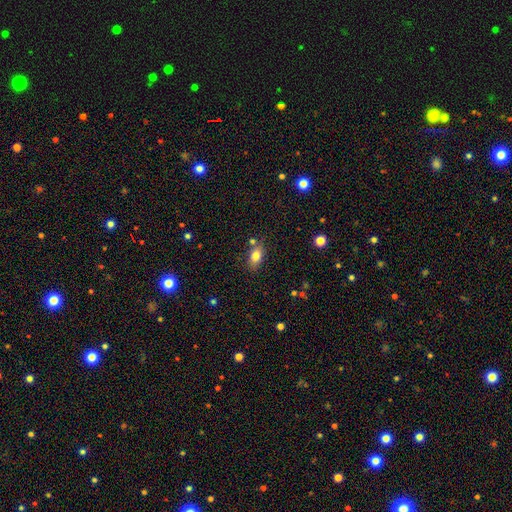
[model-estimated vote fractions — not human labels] Smooth or featured? Predicted: smooth (p=0.79). How rounded? Predicted: in between (p=0.83). Merging? Predicted: none (p=0.74).